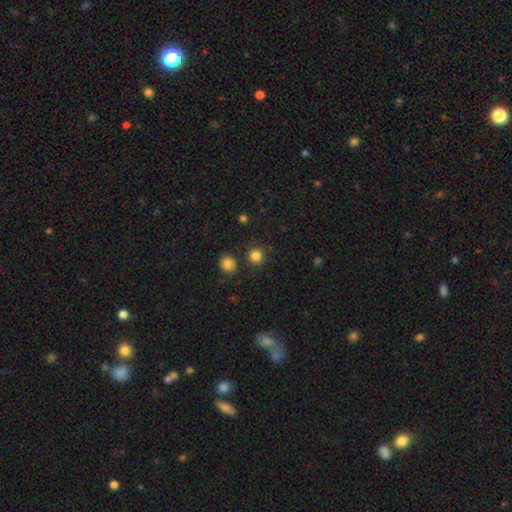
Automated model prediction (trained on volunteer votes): Smooth or featured?
  - smooth: 82% *
  - star or artifact: 13%
  - featured or disk: 4%
How rounded?
  - round: 93% *
  - in between: 6%
  - cigar-shaped: 1%
Merging?
  - none: 85% *
  - minor disturbance: 7%
  - merger: 5%
  - major disturbance: 3%